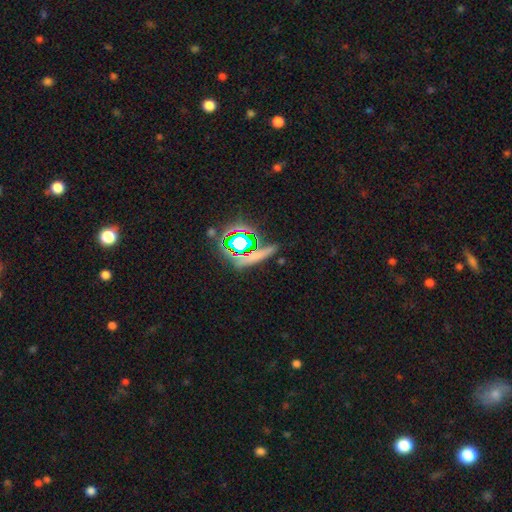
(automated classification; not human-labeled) smooth-or-featured: star or artifact: 45% | smooth: 36% | featured or disk: 19%